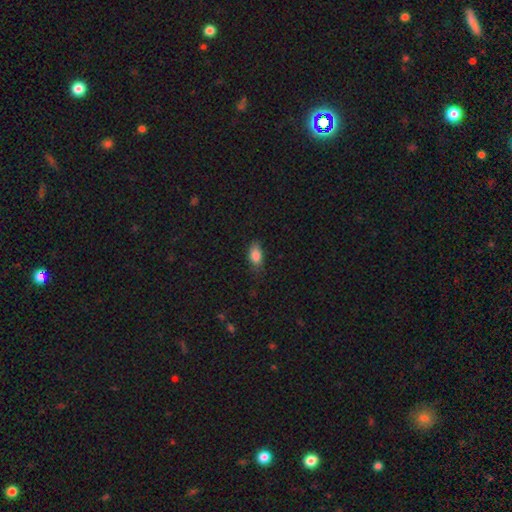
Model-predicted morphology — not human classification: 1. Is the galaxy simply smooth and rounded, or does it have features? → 85% smooth, 9% star or artifact, 6% featured or disk.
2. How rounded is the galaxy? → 87% in between, 8% round, 5% cigar-shaped.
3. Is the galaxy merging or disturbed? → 71% none, 23% minor disturbance, 5% major disturbance, 1% merger.